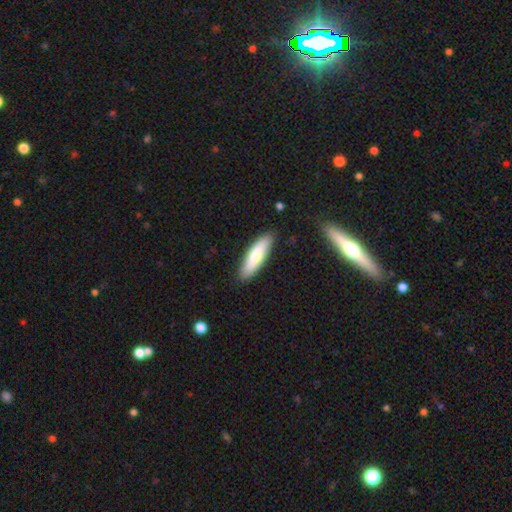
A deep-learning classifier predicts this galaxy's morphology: A smooth galaxy with no disk features (72%) that is cigar-shaped (61%).

Vote fractions:
- Smooth or featured? smooth: 72% / featured or disk: 22% / star or artifact: 5%
- How rounded? cigar-shaped: 61% / in between: 37% / round: 2%
- Merging? none: 88% / minor disturbance: 9% / major disturbance: 2% / merger: 1%